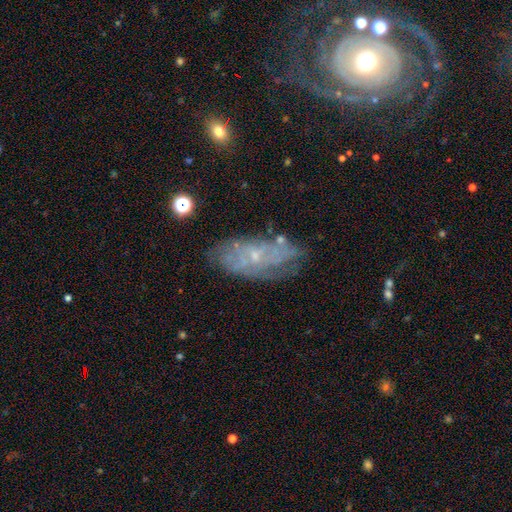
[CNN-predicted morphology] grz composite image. It shows a featured or disk galaxy (70%) with no bar (71%), spiral arms (77%) and a small central bulge (79%). Merging: none (71%).